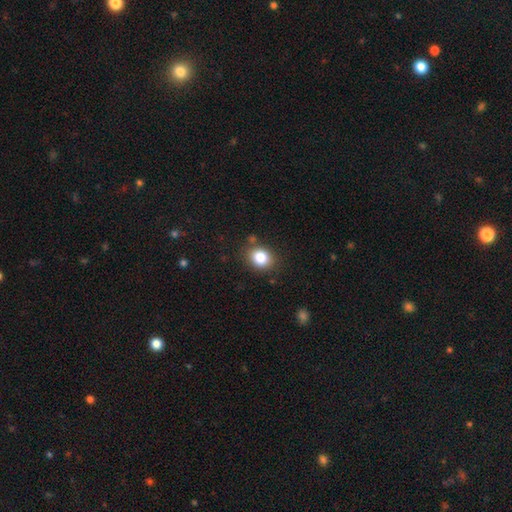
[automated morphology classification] type=smooth (82%); roundness=round (65%); merging=none (84%).